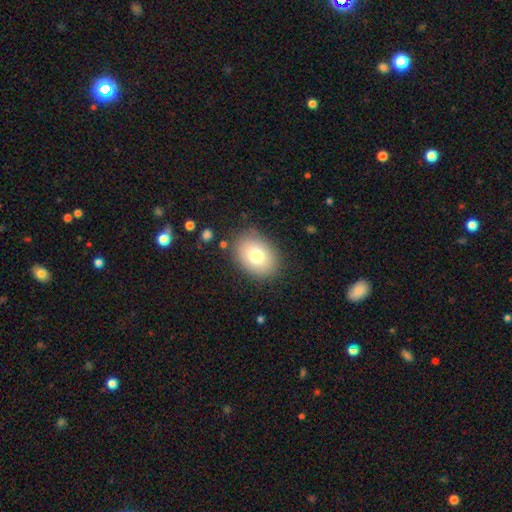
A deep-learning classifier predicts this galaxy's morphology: Overall: smooth (78%). How rounded: in between (71%). Merging: none (83%).